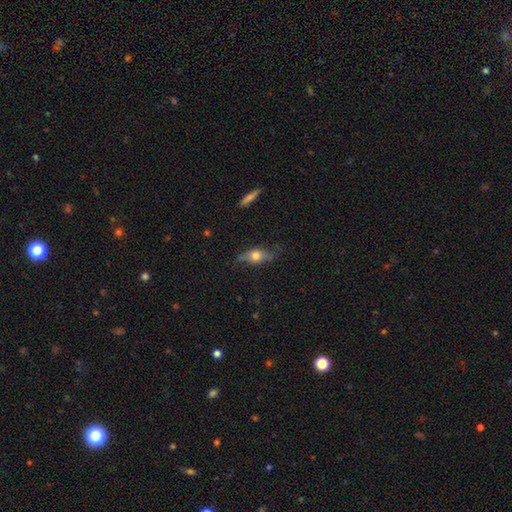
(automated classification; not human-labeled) This is possibly a featured or disk galaxy (48%). Merging: likely none (64%).